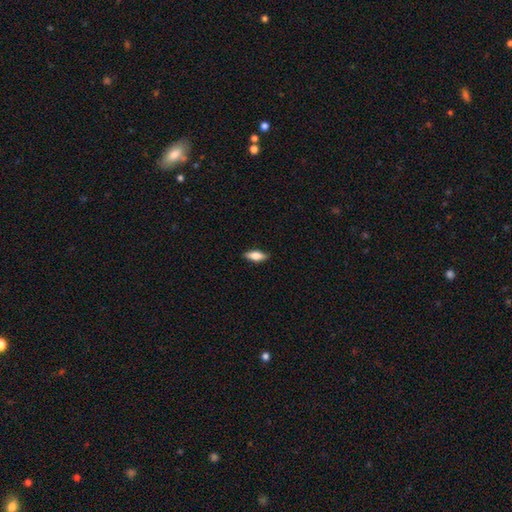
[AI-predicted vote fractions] This is likely a smooth galaxy (73%). How rounded: likely in between (71%). Merging: clearly none (88%).